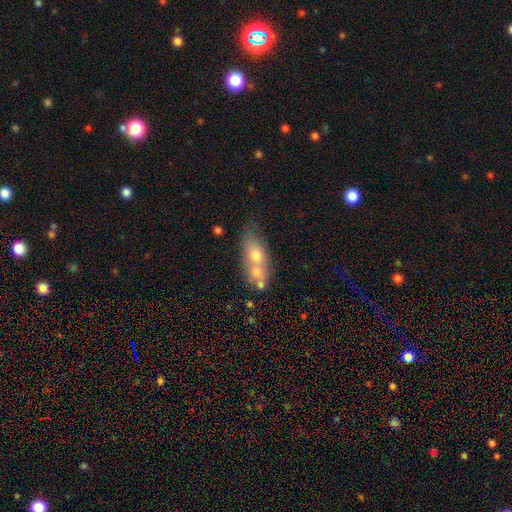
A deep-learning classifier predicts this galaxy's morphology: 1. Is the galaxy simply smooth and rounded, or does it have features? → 59% smooth, 32% featured or disk, 9% star or artifact.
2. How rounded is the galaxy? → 71% in between, 18% cigar-shaped, 12% round.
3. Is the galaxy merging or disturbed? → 45% merger, 33% none, 15% minor disturbance, 7% major disturbance.